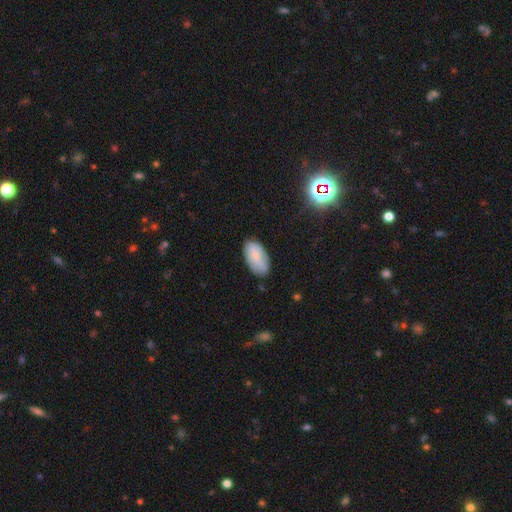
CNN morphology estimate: This appears to be a smooth galaxy with no disk features (70%) that is in between round and cigar-shaped (94%). Merging: none (74%).